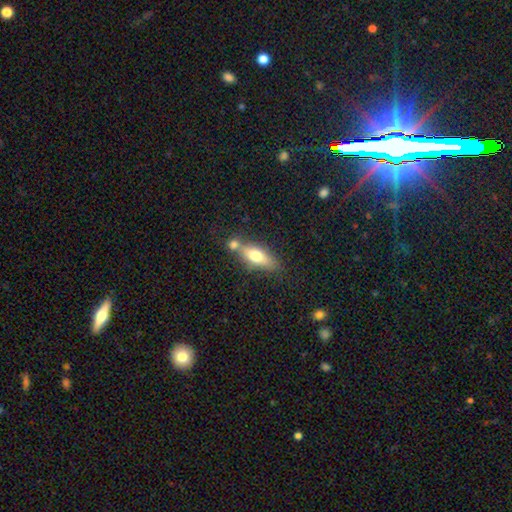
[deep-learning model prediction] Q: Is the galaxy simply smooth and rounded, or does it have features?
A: smooth — 65%.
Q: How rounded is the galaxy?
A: in between — 64%.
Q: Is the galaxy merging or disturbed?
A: none — 50%.